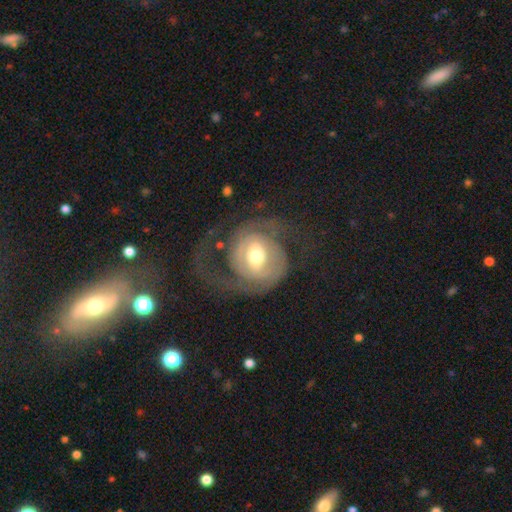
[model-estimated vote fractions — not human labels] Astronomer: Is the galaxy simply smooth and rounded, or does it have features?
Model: featured or disk — 79%.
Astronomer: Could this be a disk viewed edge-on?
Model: no — 97%.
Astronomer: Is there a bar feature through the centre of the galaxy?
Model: no — 46% (runner-up: weak, 37%).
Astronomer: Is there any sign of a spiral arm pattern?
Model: yes — 84%.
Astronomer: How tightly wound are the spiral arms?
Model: tight — 39% (runner-up: medium, 36%).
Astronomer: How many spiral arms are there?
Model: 2 — 61%.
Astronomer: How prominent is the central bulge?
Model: moderate — 66%.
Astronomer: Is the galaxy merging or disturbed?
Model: none — 50% (runner-up: major disturbance, 33%).